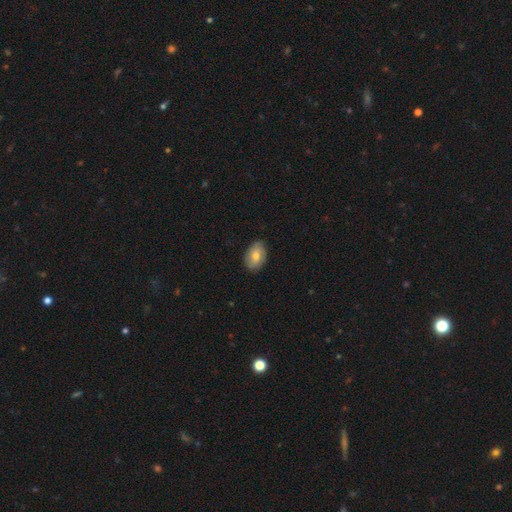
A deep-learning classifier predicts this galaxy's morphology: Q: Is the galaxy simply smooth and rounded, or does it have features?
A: smooth — 72%.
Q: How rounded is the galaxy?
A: in between — 87%.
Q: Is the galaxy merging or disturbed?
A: none — 84%.